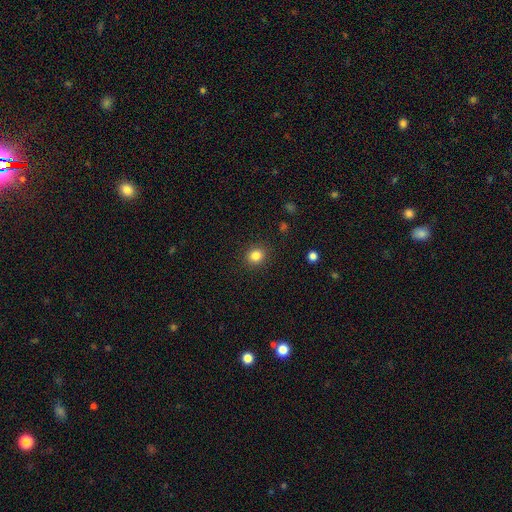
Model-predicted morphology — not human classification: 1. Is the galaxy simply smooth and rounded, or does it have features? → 83% smooth, 11% star or artifact, 5% featured or disk.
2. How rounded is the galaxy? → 81% round, 18% in between, 1% cigar-shaped.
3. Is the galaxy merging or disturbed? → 90% none, 7% minor disturbance, 2% major disturbance, 1% merger.